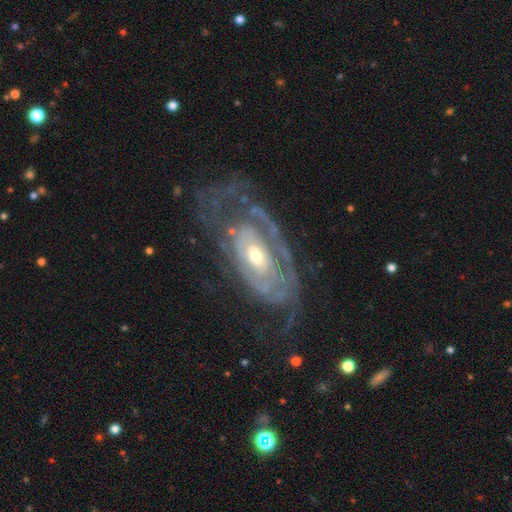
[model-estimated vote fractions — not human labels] A featured or disk galaxy (86%) with no bar (67%), tight (64%) spiral arms (85%) and a moderate central bulge (58%).

Vote fractions:
- Smooth or featured? featured or disk: 86% / smooth: 8% / star or artifact: 5%
- Edge-on disk? no: 93% / yes: 7%
- Bar? no: 67% / weak: 24% / strong: 9%
- Spiral arms? yes: 85% / no: 15%
- Spiral winding? tight: 64% / medium: 26% / loose: 10%
- Spiral arm count? can't tell: 42% / 2: 29% / 3: 11% / 1: 9% / 4: 5% / more than 4: 4%
- Bulge size? moderate: 58% / small: 35% / large: 6% / none: 1% / dominant: 1%
- Merging? none: 55% / major disturbance: 23% / minor disturbance: 20% / merger: 2%